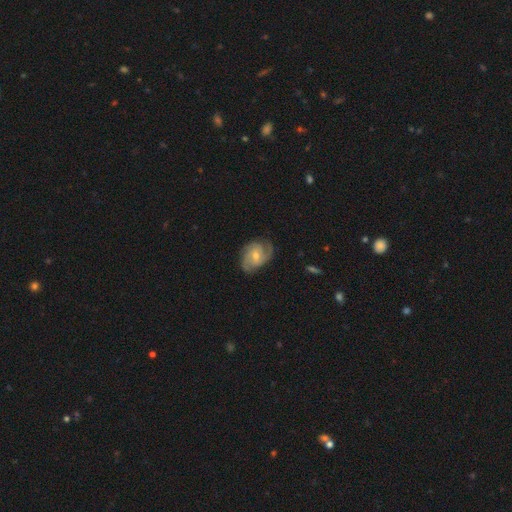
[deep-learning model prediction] Q: Smooth or featured?
A: featured or disk (79%); runner-up: smooth (15%)
Q: Edge-on disk?
A: no (97%); runner-up: yes (3%)
Q: Bar?
A: no (52%); runner-up: weak (40%)
Q: Spiral arms?
A: yes (95%); runner-up: no (5%)
Q: Spiral winding?
A: medium (45%); runner-up: tight (39%)
Q: Spiral arm count?
A: 2 (51%); runner-up: 3 (22%)
Q: Bulge size?
A: moderate (50%); runner-up: small (46%)
Q: Merging?
A: none (71%); runner-up: minor disturbance (21%)